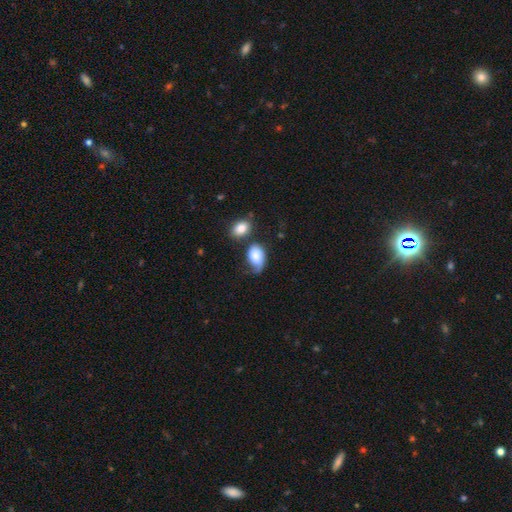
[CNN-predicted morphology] smooth 77%, featured or disk 16%, star or artifact 7%. Down the decision tree: how rounded — in between (84%); merging — none (33%).